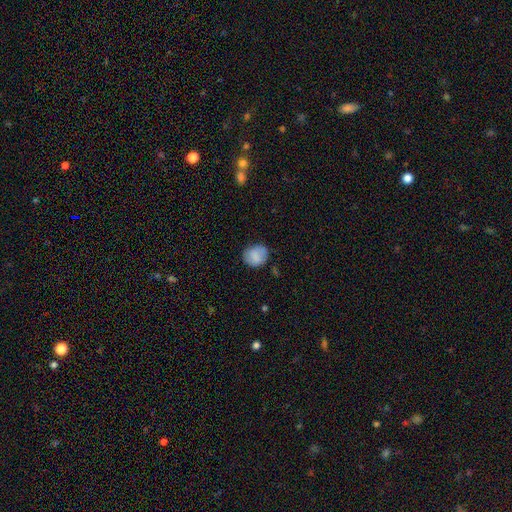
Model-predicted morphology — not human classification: smooth_or_featured: smooth (p=0.80) [alt: featured or disk p=0.12]
how_rounded: round (p=0.69) [alt: in between p=0.30]
merging: none (p=0.75) [alt: minor disturbance p=0.19]